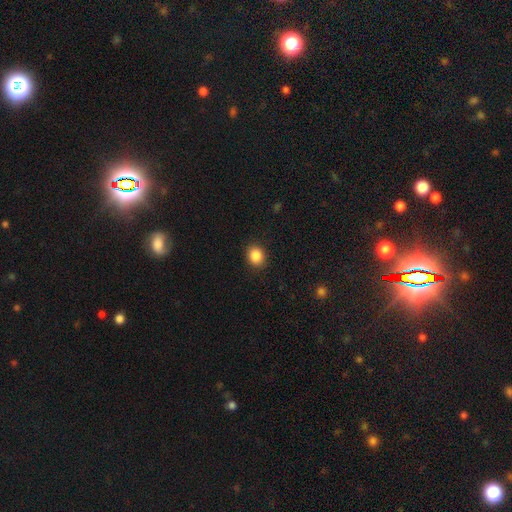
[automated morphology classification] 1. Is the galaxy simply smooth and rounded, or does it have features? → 87% smooth, 9% star or artifact, 4% featured or disk.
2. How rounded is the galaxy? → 65% round, 34% in between, 1% cigar-shaped.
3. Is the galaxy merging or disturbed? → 90% none, 7% minor disturbance, 2% major disturbance, 1% merger.